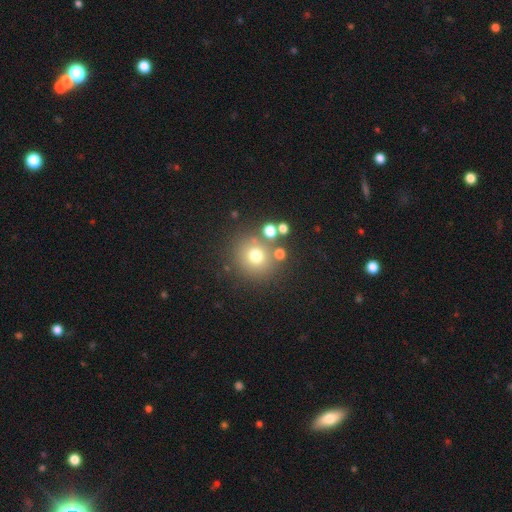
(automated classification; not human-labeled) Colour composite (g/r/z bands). It shows a smooth galaxy with no disk features (70%) that is round (93%). Merging: none (77%).